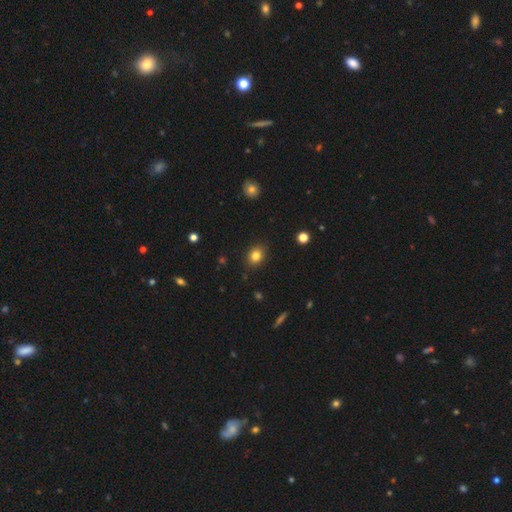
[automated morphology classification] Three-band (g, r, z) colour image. It shows a smooth galaxy with no disk features (83%) that is round (53%). Merging: none (87%).